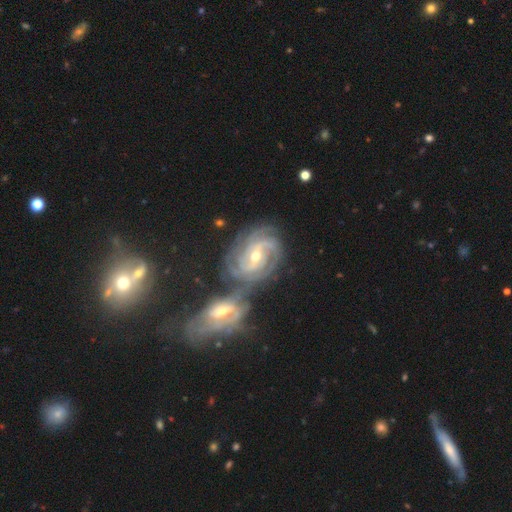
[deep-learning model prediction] Smooth or featured? featured or disk (91%)
Edge-on disk? no (97%)
Bar? weak (45%)
Spiral arms? yes (97%)
Spiral winding? tight (63%)
Spiral arm count? 3 (33%)
Bulge size? moderate (58%)
Merging? merger (53%)